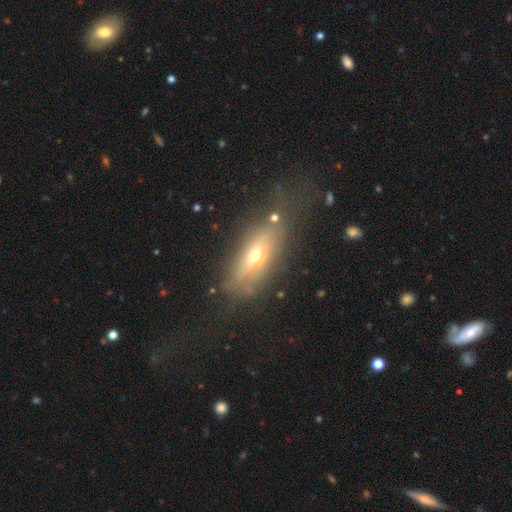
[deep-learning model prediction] featured or disk 48%, smooth 41%, star or artifact 12%. Down the decision tree: merging — none (55%).